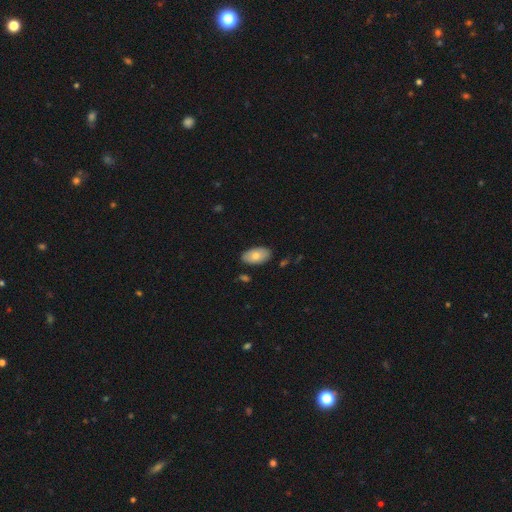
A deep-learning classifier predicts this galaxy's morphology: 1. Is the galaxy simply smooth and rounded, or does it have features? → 75% smooth, 19% featured or disk, 6% star or artifact.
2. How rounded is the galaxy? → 95% in between, 4% round, 2% cigar-shaped.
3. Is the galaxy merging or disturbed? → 86% none, 10% minor disturbance, 2% major disturbance, 2% merger.